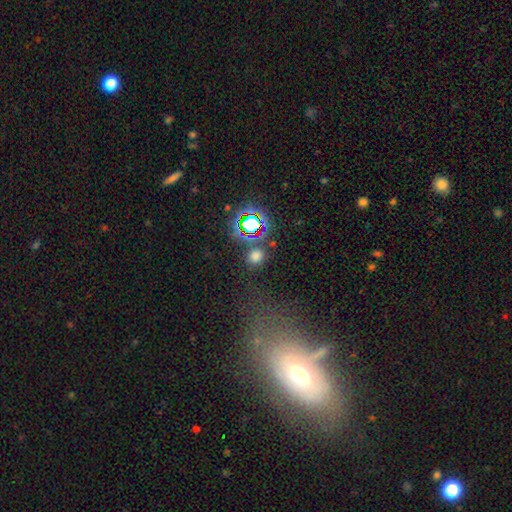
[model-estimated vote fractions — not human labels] This is likely a smooth galaxy (66%). How rounded: likely round (77%). Merging: likely none (78%).